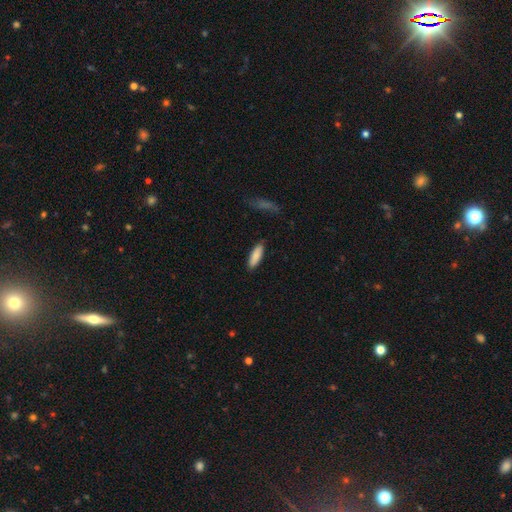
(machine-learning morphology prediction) A smooth galaxy with no disk features (87%) that is in between round and cigar-shaped (56%).

Vote fractions:
- Smooth or featured? smooth: 87% / featured or disk: 7% / star or artifact: 6%
- How rounded? in between: 56% / cigar-shaped: 42% / round: 2%
- Merging? none: 85% / minor disturbance: 11% / major disturbance: 2% / merger: 2%